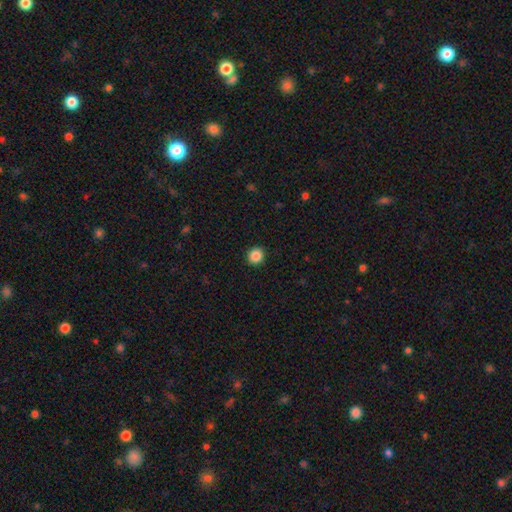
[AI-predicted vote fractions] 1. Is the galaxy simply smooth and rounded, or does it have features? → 87% smooth, 10% star or artifact, 3% featured or disk.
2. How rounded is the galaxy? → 92% round, 7% in between, 1% cigar-shaped.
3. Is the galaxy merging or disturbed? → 93% none, 4% minor disturbance, 2% major disturbance, 1% merger.